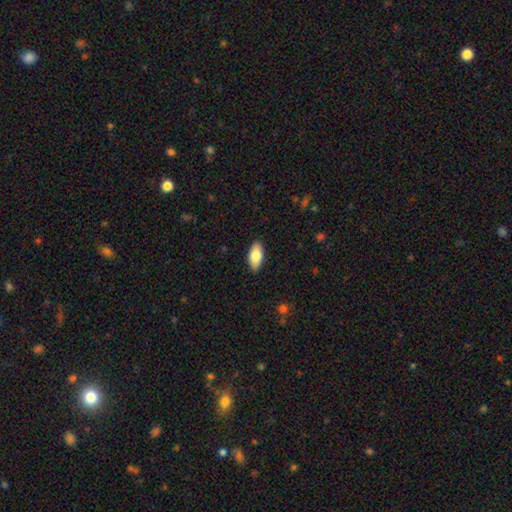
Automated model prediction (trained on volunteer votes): A smooth galaxy with no disk features (80%) that is in between round and cigar-shaped (90%). Merging: none (89%).